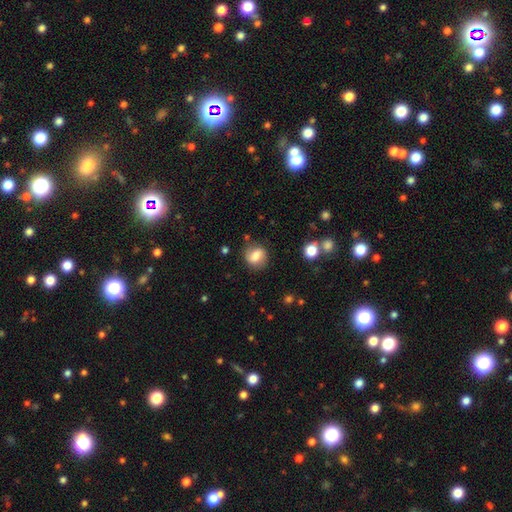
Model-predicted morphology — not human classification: Q: Smooth or featured?
A: smooth (60%); runner-up: featured or disk (30%)
Q: How rounded?
A: round (64%); runner-up: in between (35%)
Q: Merging?
A: none (74%); runner-up: minor disturbance (17%)